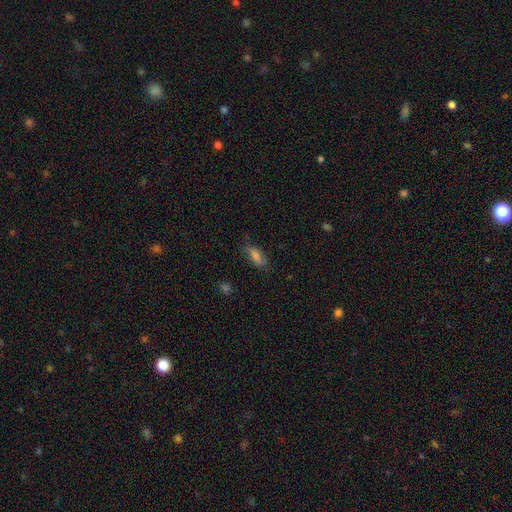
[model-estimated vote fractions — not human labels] This is likely a smooth galaxy (75%). How rounded: likely in between (73%). Merging: likely none (71%).